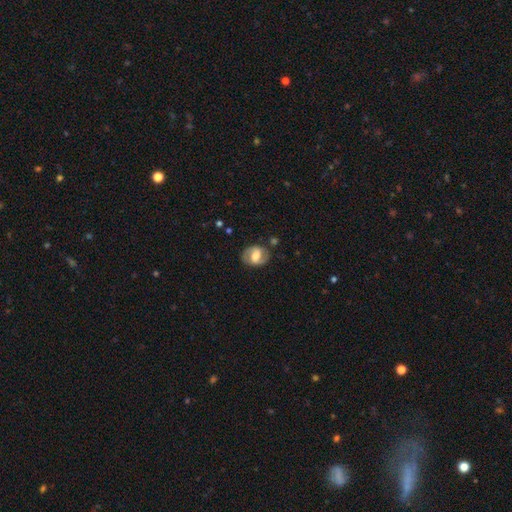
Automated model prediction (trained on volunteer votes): This is possibly a featured or disk galaxy (57%). It is clearly not viewed edge-on (96%). Bar: marginally weak (43%). Spiral arm pattern: likely yes (74%). Central bulge: possibly moderate (52%). Merging: likely none (76%).